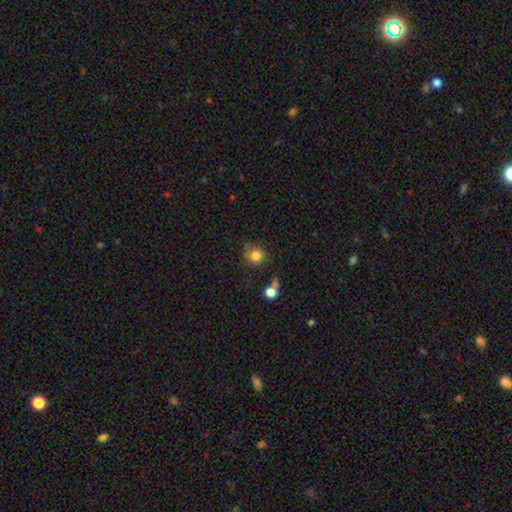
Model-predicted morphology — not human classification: A smooth galaxy with no disk features (81%) that is round (80%).

Vote fractions:
- Smooth or featured? smooth: 81% / star or artifact: 11% / featured or disk: 7%
- How rounded? round: 80% / in between: 19% / cigar-shaped: 1%
- Merging? none: 66% / minor disturbance: 20% / merger: 7% / major disturbance: 7%